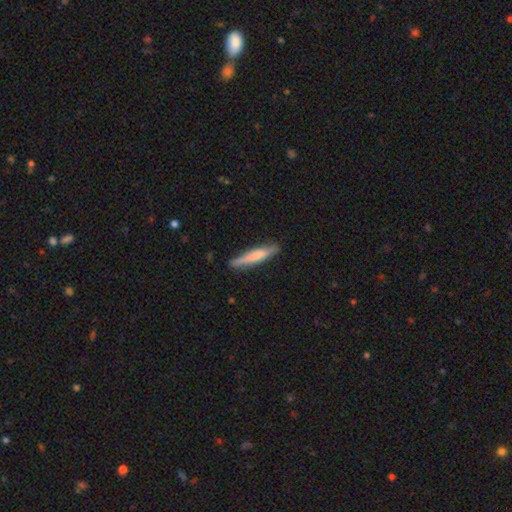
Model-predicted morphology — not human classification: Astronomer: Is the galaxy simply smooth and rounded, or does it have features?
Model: smooth — 66%.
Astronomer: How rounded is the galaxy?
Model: cigar-shaped — 91%.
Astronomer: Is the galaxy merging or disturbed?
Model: none — 85%.